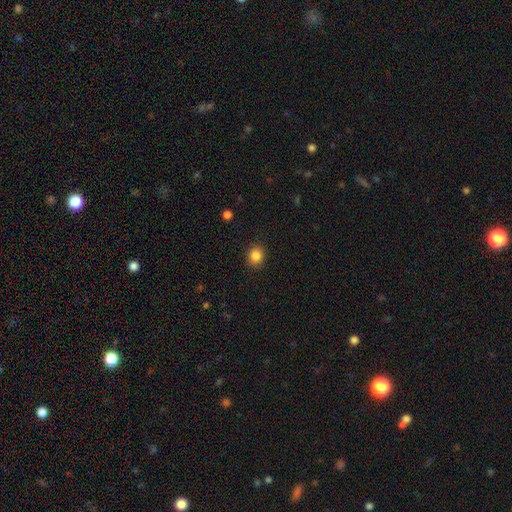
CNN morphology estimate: Q: Smooth or featured?
A: smooth (85%); runner-up: star or artifact (11%)
Q: How rounded?
A: round (79%); runner-up: in between (20%)
Q: Merging?
A: none (90%); runner-up: minor disturbance (7%)